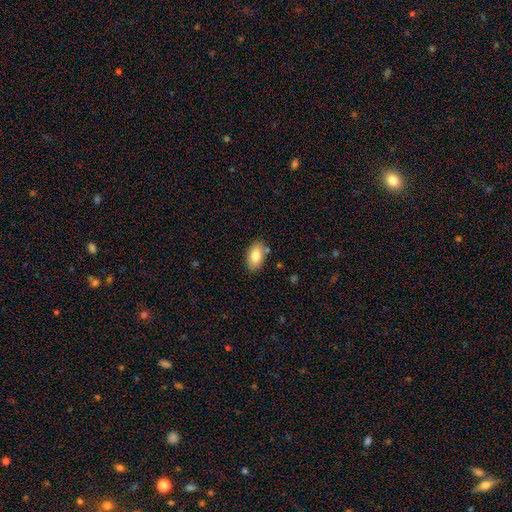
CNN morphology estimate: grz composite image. It shows a smooth galaxy with no disk features (81%) that is in between round and cigar-shaped (92%). Merging: none (81%).